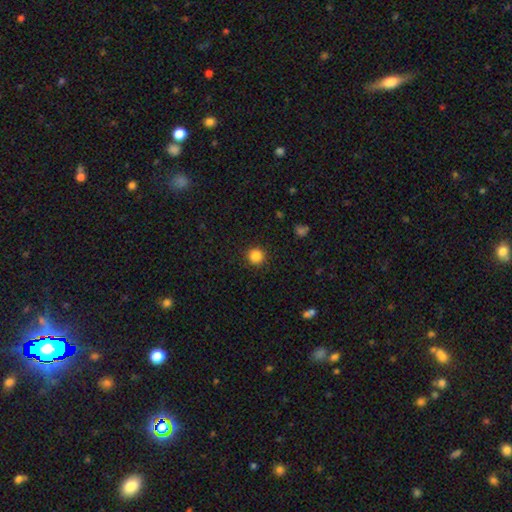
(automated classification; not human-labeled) Morphology: type=smooth (85%); roundness=round (95%); merging=none (91%).